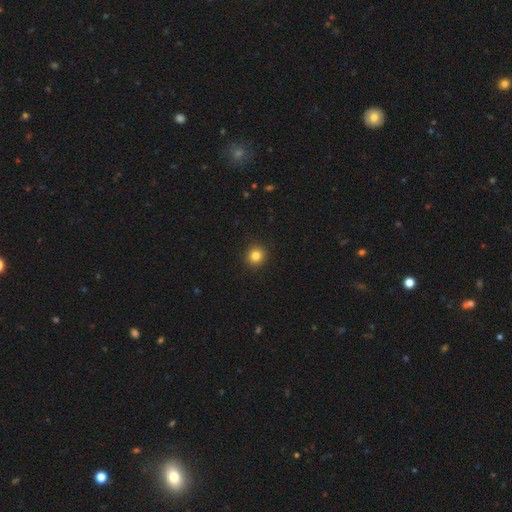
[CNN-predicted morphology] smooth_or_featured: smooth (p=0.83) [alt: star or artifact p=0.12]
how_rounded: round (p=0.92) [alt: in between p=0.07]
merging: none (p=0.93) [alt: minor disturbance p=0.05]